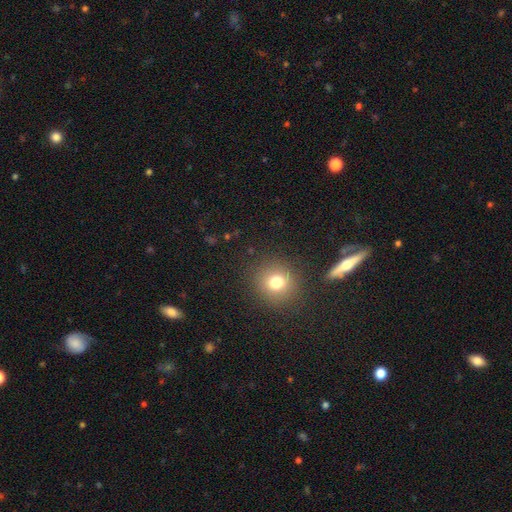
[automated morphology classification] This is possibly a smooth galaxy (59%). How rounded: clearly round (86%). Merging: clearly none (87%).